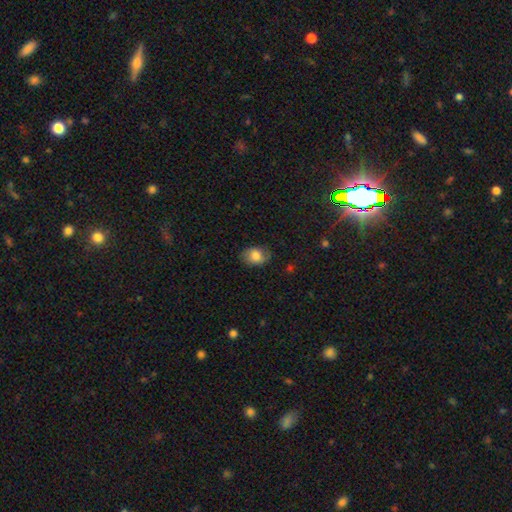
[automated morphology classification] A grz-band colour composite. It shows a smooth galaxy with no disk features (78%) that is in between round and cigar-shaped (71%). Merging: none (78%).